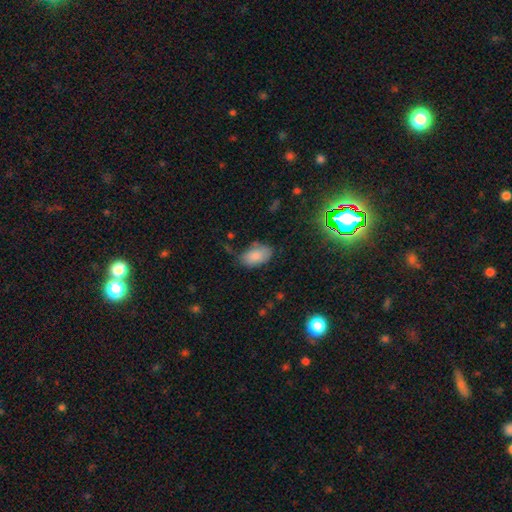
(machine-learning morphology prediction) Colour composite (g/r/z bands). It shows a smooth galaxy with no disk features (84%) that is in between round and cigar-shaped (92%). Merging: none (59%).